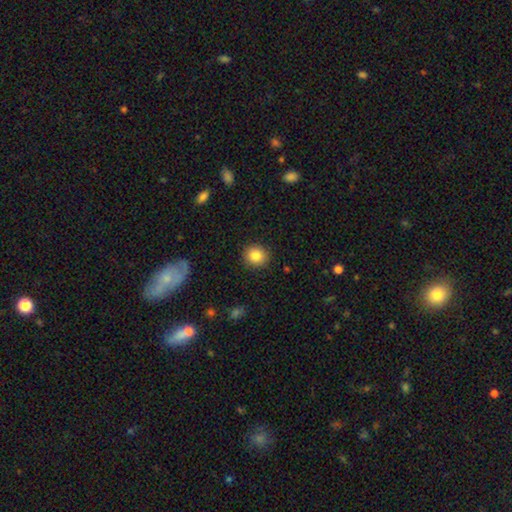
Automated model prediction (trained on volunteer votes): Smooth or featured? smooth (84%)
How rounded? round (83%)
Merging? none (90%)